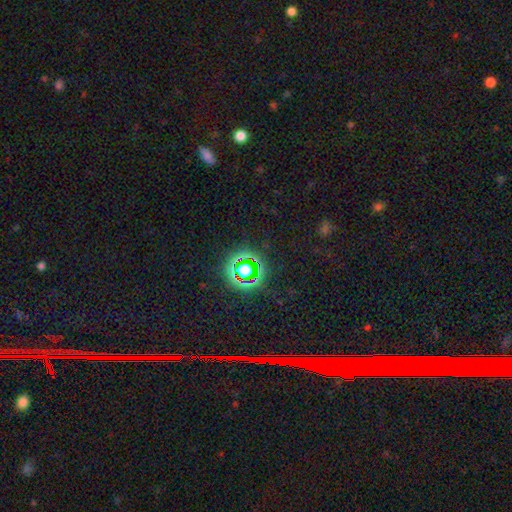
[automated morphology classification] Smooth or featured? Predicted: star or artifact (p=0.75).